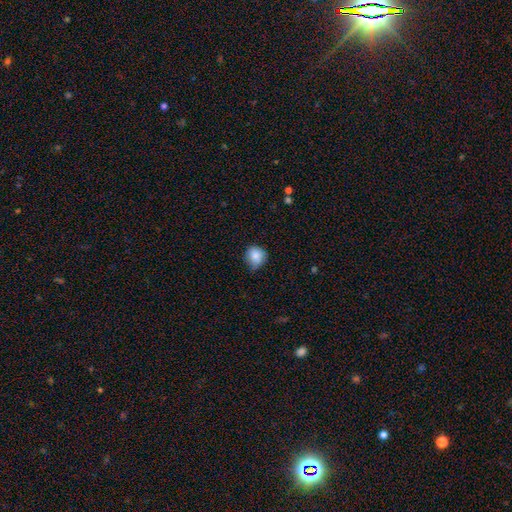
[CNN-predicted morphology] Overall: smooth (84%). How rounded: round (84%). Merging: none (67%; minor disturbance 27%).